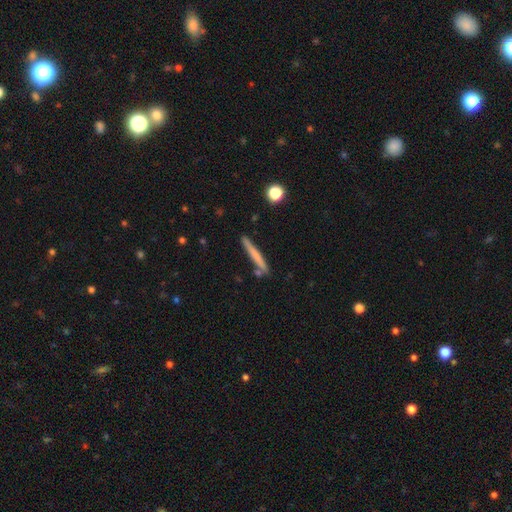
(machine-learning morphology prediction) smooth-or-featured: smooth: 61% | featured or disk: 33% | star or artifact: 6%
  how-rounded: cigar-shaped: 96% | in between: 3% | round: 1%
  merging: none: 83% | minor disturbance: 10% | merger: 5% | major disturbance: 2%